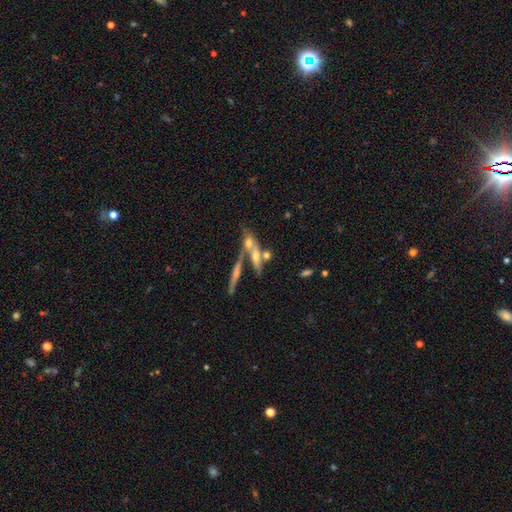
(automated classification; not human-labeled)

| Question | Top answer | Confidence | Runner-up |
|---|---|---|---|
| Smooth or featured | featured or disk | 54% | smooth (33%) |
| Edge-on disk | yes | 62% | no (38%) |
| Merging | merger | 46% | none (37%) |